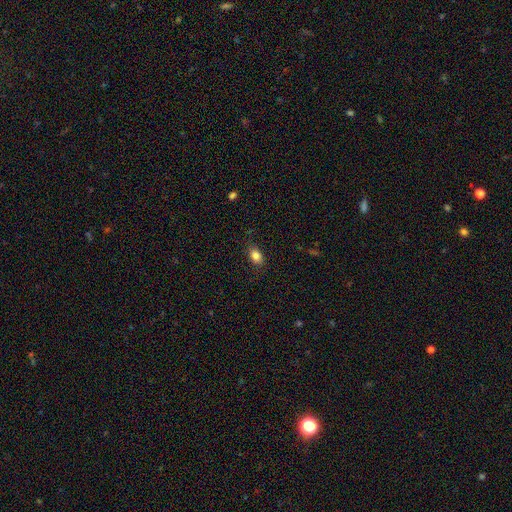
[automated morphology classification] Smooth or featured? smooth (84%)
How rounded? in between (83%)
Merging? none (85%)